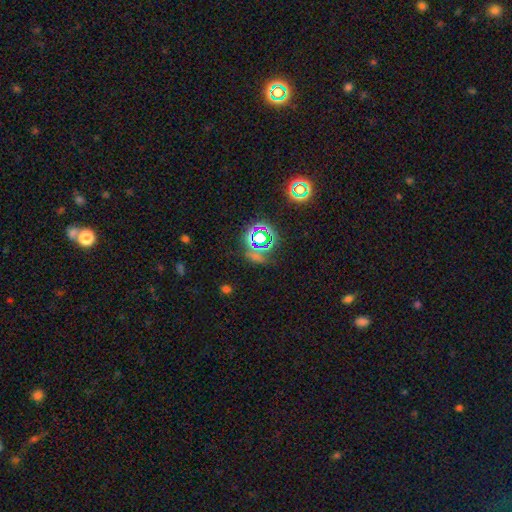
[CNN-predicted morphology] The model was most divided on "smooth or featured": star or artifact: 67%, smooth: 22%, featured or disk: 11%.